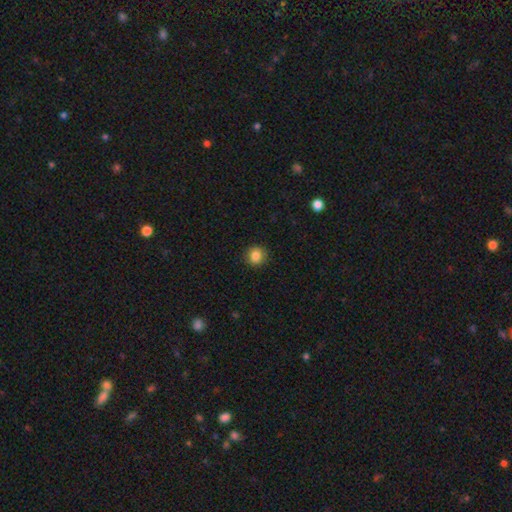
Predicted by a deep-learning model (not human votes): Smooth or featured? smooth (85%)
How rounded? round (90%)
Merging? none (90%)